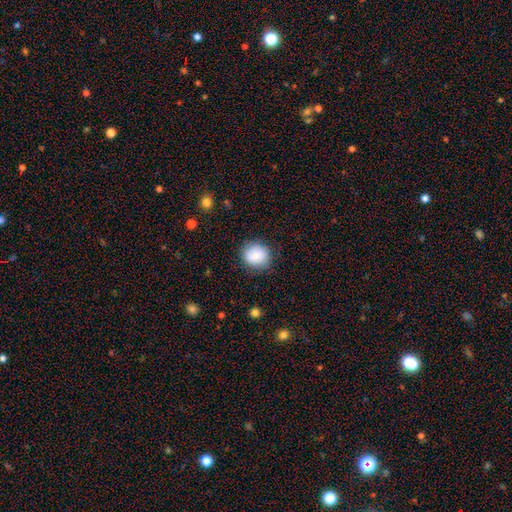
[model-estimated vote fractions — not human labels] smooth_or_featured: smooth (p=0.85) [alt: star or artifact p=0.08]
how_rounded: round (p=0.84) [alt: in between p=0.15]
merging: none (p=0.83) [alt: minor disturbance p=0.12]